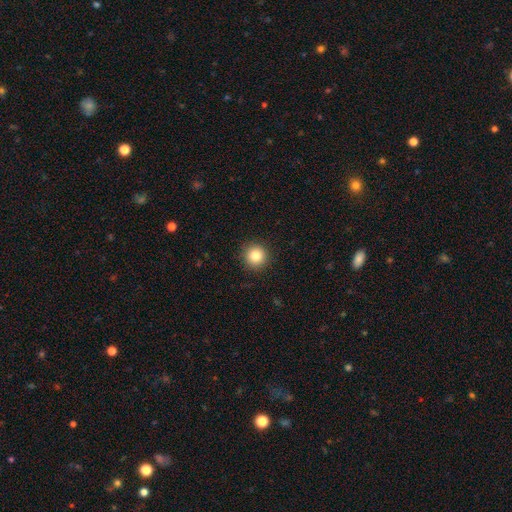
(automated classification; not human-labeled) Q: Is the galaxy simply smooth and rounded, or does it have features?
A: smooth — 84%.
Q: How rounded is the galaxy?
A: round — 95%.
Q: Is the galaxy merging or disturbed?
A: none — 92%.